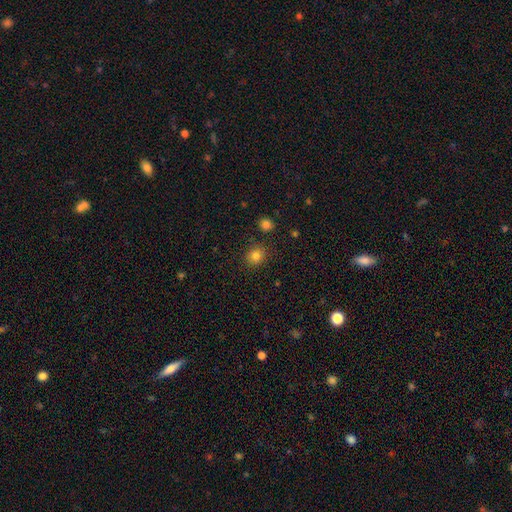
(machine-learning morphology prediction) smooth-or-featured: smooth: 82% | star or artifact: 12% | featured or disk: 5%
  how-rounded: round: 77% | in between: 22% | cigar-shaped: 1%
  merging: none: 86% | minor disturbance: 8% | merger: 3% | major disturbance: 3%